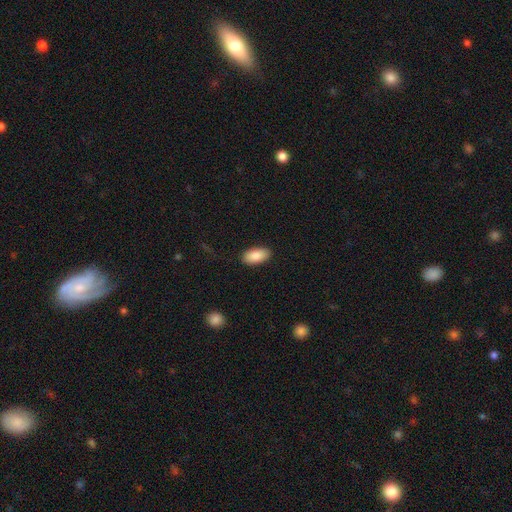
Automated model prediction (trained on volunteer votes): The model was most divided on "merging": none: 89%, minor disturbance: 8%, major disturbance: 2%, merger: 1%. More confident: how rounded — in between (93%); smooth or featured — smooth (88%).